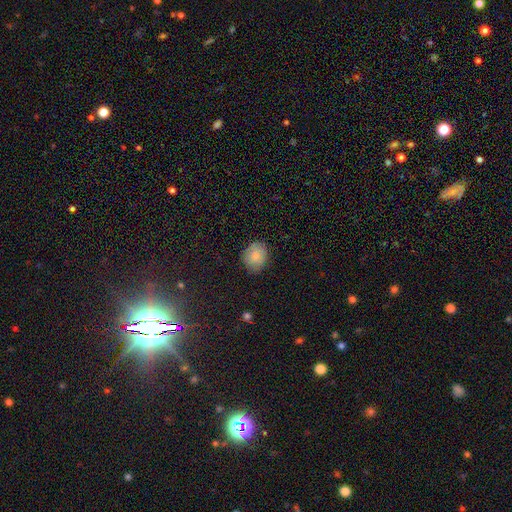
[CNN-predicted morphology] This is likely a smooth galaxy (79%). How rounded: likely round (65%). Merging: clearly none (81%).